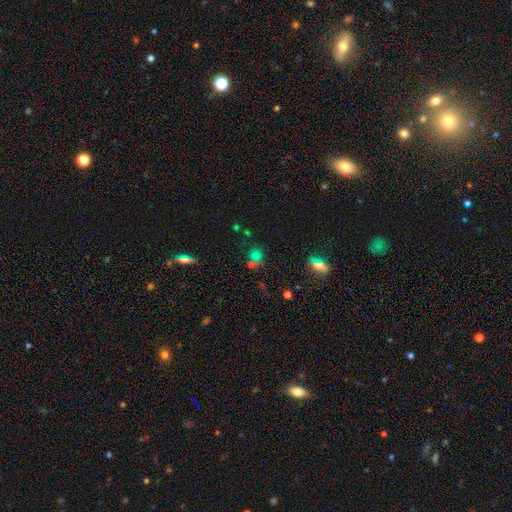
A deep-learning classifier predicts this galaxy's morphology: Smooth or featured? smooth (61%)
How rounded? round (79%)
Merging? none (53%)